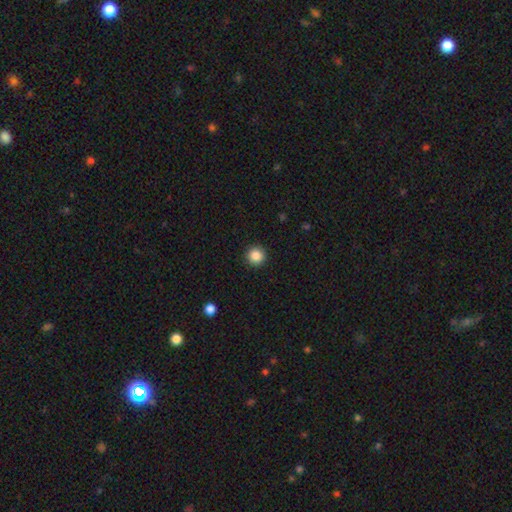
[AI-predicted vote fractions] smooth 87%, star or artifact 10%, featured or disk 3%. Down the decision tree: how rounded — round (95%); merging — none (92%).